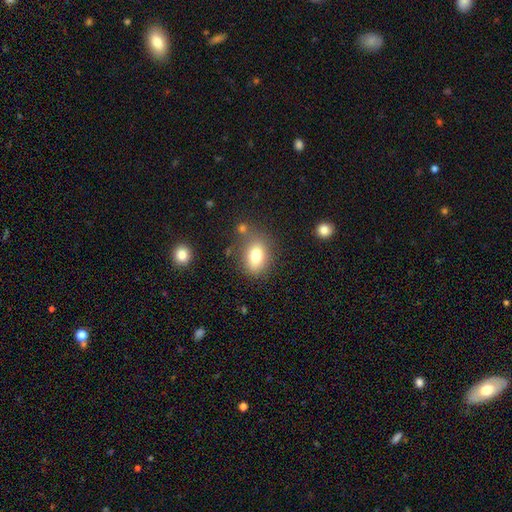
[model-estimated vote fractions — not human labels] Smooth or featured: smooth — 77% (featured or disk — 12%)
How rounded: in between — 64% (round — 35%)
Merging: none — 70% (minor disturbance — 16%)